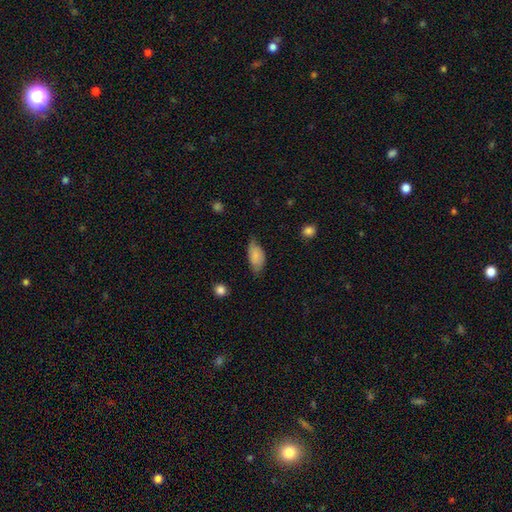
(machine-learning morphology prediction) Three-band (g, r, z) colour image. It shows a smooth galaxy with no disk features (77%) that is in between round and cigar-shaped (93%). Merging: none (56%).